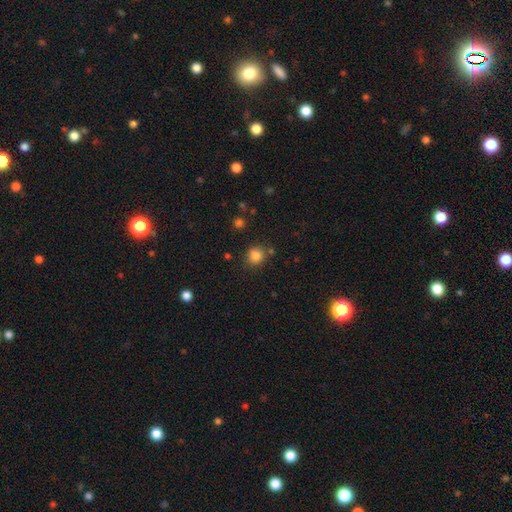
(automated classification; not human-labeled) The model was most divided on "merging": none: 78%, minor disturbance: 12%, merger: 6%, major disturbance: 4%. More confident: how rounded — round (84%); smooth or featured — smooth (83%).